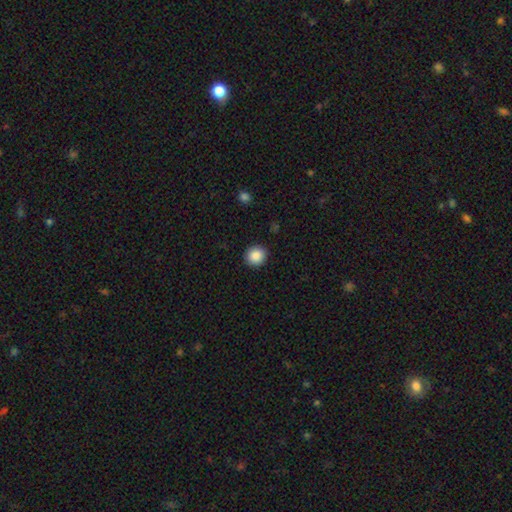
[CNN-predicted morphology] Smooth or featured?
  - smooth: 88% *
  - star or artifact: 9%
  - featured or disk: 3%
How rounded?
  - round: 88% *
  - in between: 11%
  - cigar-shaped: 1%
Merging?
  - none: 91% *
  - minor disturbance: 6%
  - major disturbance: 2%
  - merger: 1%